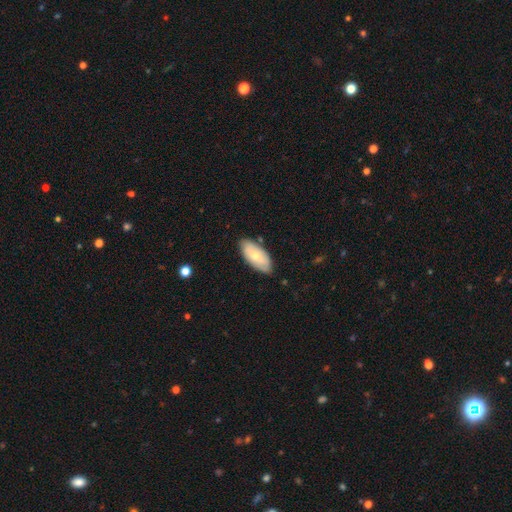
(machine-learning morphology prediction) Q: Smooth or featured?
A: smooth (64%); runner-up: featured or disk (30%)
Q: How rounded?
A: in between (92%); runner-up: cigar-shaped (6%)
Q: Merging?
A: none (79%); runner-up: minor disturbance (16%)